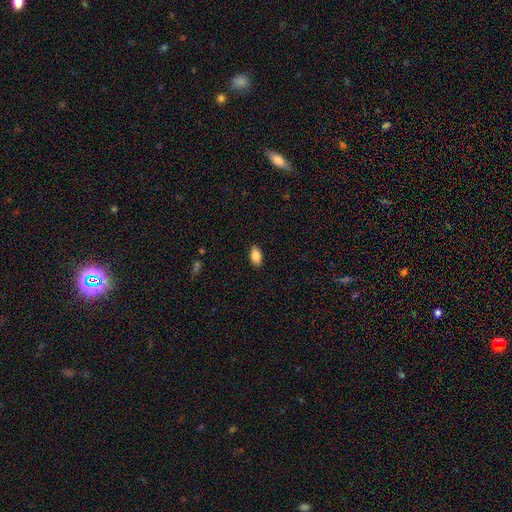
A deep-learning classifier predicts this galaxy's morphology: Smooth or featured?
  - smooth: 87% *
  - star or artifact: 8%
  - featured or disk: 6%
How rounded?
  - in between: 92% *
  - round: 5%
  - cigar-shaped: 3%
Merging?
  - none: 88% *
  - minor disturbance: 9%
  - major disturbance: 2%
  - merger: 1%